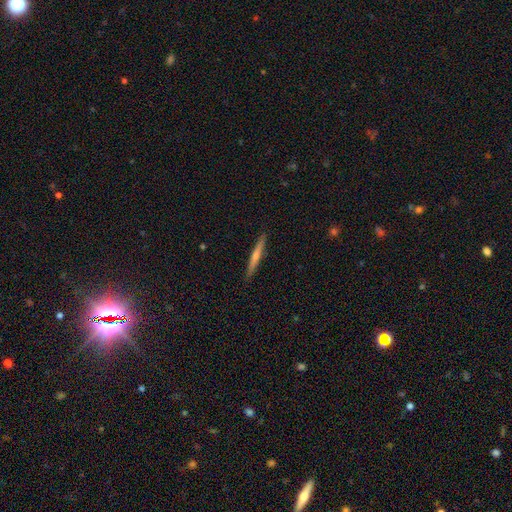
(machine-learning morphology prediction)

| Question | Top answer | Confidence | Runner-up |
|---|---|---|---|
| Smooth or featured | featured or disk | 63% | smooth (29%) |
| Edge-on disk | yes | 97% | no (3%) |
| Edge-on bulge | rounded | 72% | none (23%) |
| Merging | none | 91% | minor disturbance (6%) |